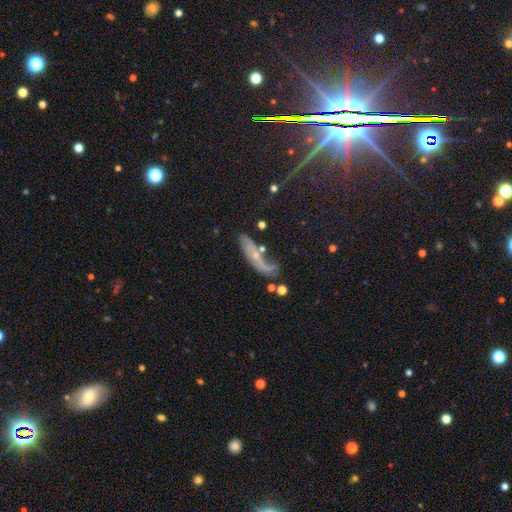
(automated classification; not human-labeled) The model was most divided on "merging": none: 36%, major disturbance: 23%, minor disturbance: 23%, merger: 18%. More confident: edge-on disk — no (69%); smooth or featured — featured or disk (51%).